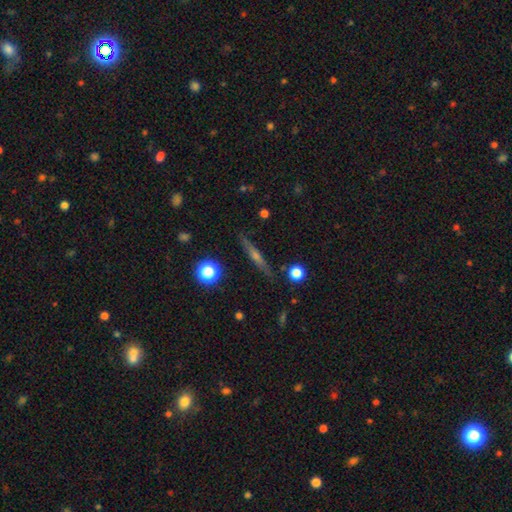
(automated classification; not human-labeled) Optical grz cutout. It shows a featured or disk galaxy (58%) viewed edge-on (95%) with a rounded central bulge (66%). Merging: none (88%).